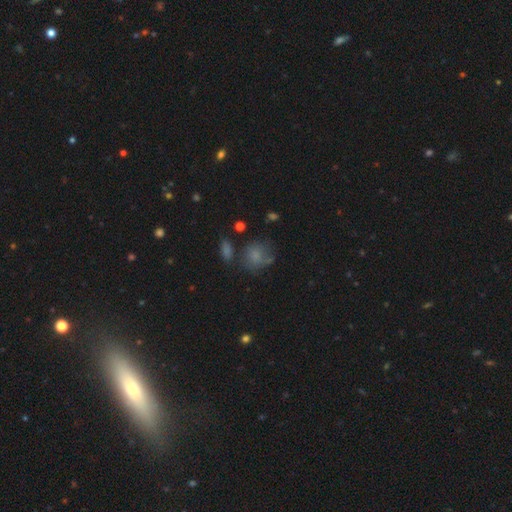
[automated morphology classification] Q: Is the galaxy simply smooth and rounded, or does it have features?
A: smooth — 66%.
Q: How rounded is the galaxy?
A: round — 71%.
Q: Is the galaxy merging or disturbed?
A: none — 49%.